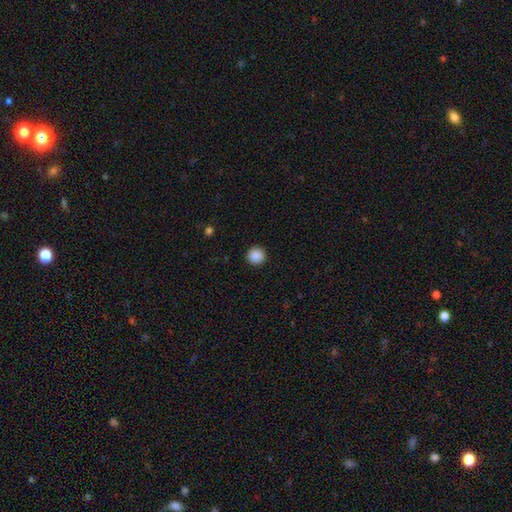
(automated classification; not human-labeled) The model was most divided on "smooth or featured": smooth: 89%, star or artifact: 9%, featured or disk: 2%. More confident: how rounded — round (95%); merging — none (92%).